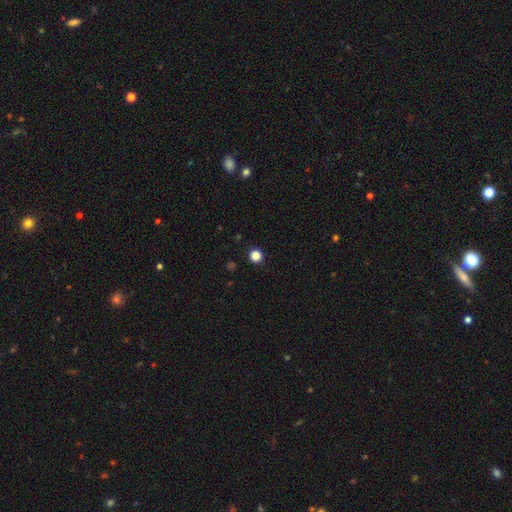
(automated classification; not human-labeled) This appears to be a smooth galaxy with no disk features (85%) that is round (94%). Merging: none (93%).